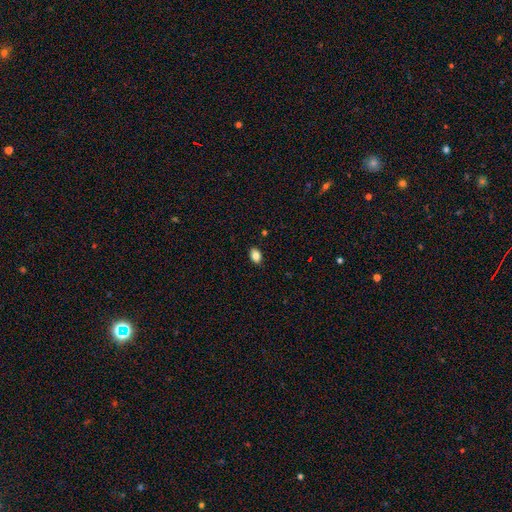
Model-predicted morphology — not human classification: This is clearly a smooth galaxy (85%). How rounded: clearly in between (81%). Merging: clearly none (89%).